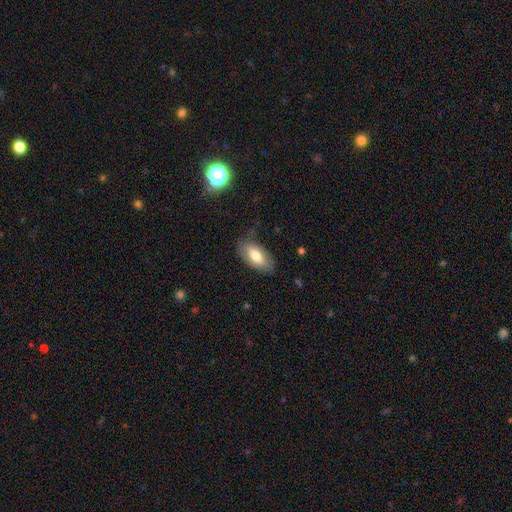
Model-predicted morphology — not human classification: A smooth galaxy with no disk features (74%) that is in between round and cigar-shaped (91%).

Vote fractions:
- Smooth or featured? smooth: 74% / featured or disk: 20% / star or artifact: 6%
- How rounded? in between: 91% / cigar-shaped: 6% / round: 3%
- Merging? none: 76% / minor disturbance: 18% / major disturbance: 5% / merger: 1%